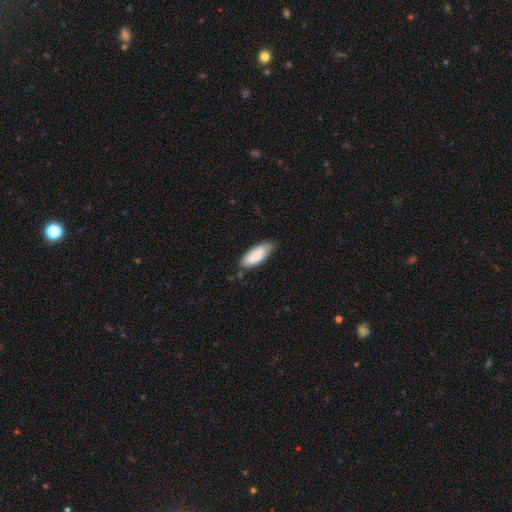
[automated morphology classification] smooth-or-featured: smooth: 87% | featured or disk: 7% | star or artifact: 6%
  how-rounded: in between: 80% | cigar-shaped: 19% | round: 2%
  merging: none: 69% | minor disturbance: 25% | major disturbance: 4% | merger: 2%